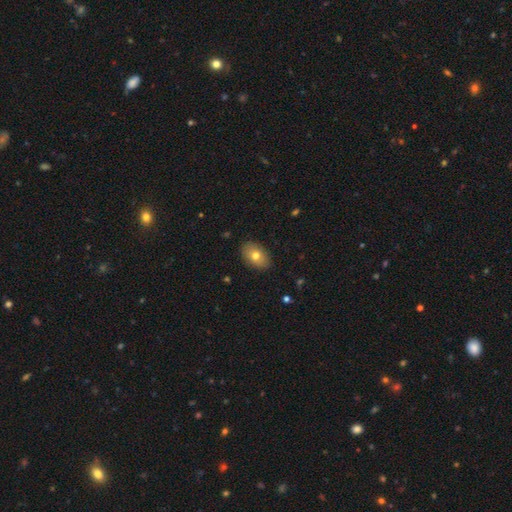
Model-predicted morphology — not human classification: Smooth or featured? smooth (73%)
How rounded? in between (87%)
Merging? none (88%)